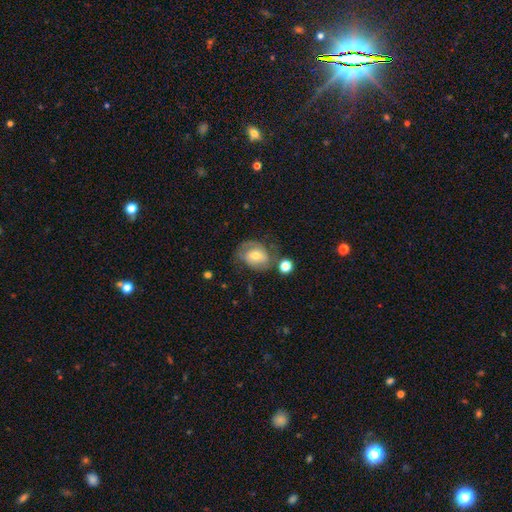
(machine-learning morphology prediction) type=featured or disk (52%); edge-on=no (96%); bar=no (44%); spiral arms=yes (71%); bulge=moderate (56%); merging=none (52%).